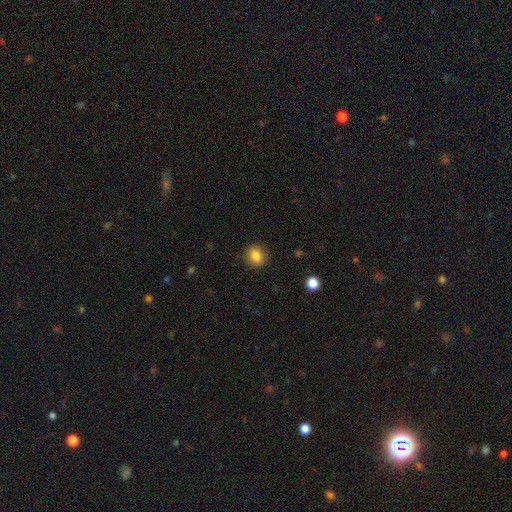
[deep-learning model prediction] Overall: smooth (84%). How rounded: round (68%; in between 31%). Merging: none (87%).